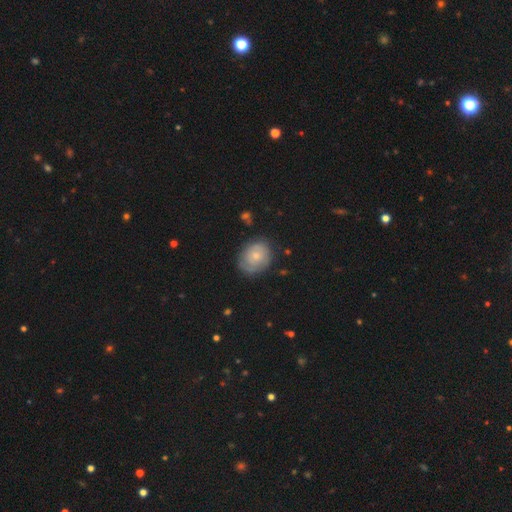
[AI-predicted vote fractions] smooth-or-featured: smooth: 57% | featured or disk: 36% | star or artifact: 7%
  how-rounded: round: 56% | in between: 43% | cigar-shaped: 1%
  merging: none: 70% | minor disturbance: 22% | major disturbance: 6% | merger: 2%